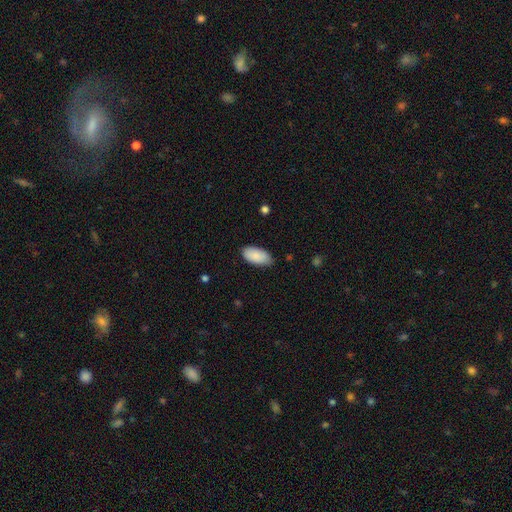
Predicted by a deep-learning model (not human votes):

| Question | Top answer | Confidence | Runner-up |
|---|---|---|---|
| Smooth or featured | smooth | 89% | star or artifact (6%) |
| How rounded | in between | 95% | cigar-shaped (3%) |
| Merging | none | 78% | minor disturbance (18%) |